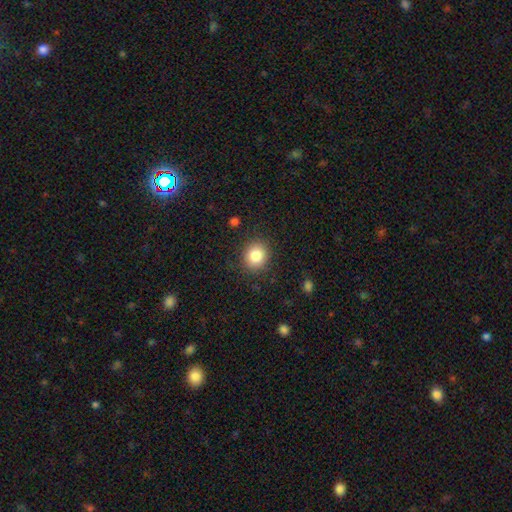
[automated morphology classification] Smooth or featured? Predicted: smooth (p=0.85). How rounded? Predicted: round (p=0.78). Merging? Predicted: none (p=0.87).